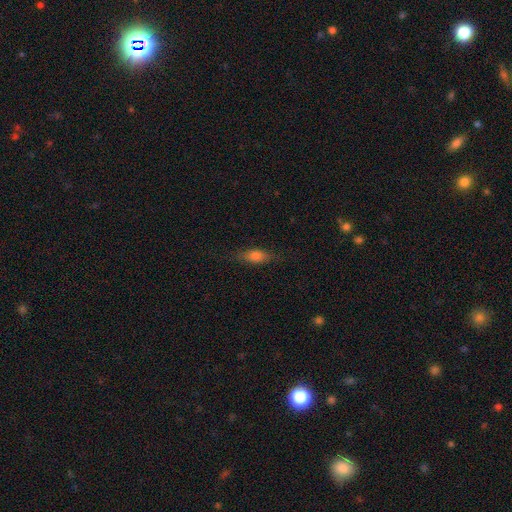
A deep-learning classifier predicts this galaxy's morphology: Overall: smooth (71%). How rounded: in between (68%; cigar-shaped 28%). Merging: none (78%).